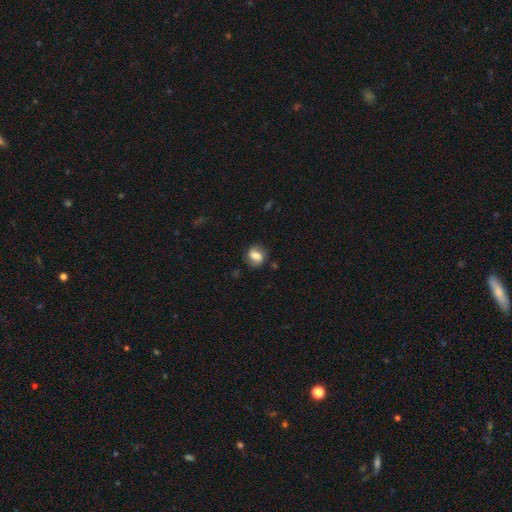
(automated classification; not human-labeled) smooth_or_featured: smooth (p=0.67) [alt: featured or disk p=0.24]
how_rounded: round (p=0.50) [alt: in between p=0.49]
merging: none (p=0.75) [alt: minor disturbance p=0.17]